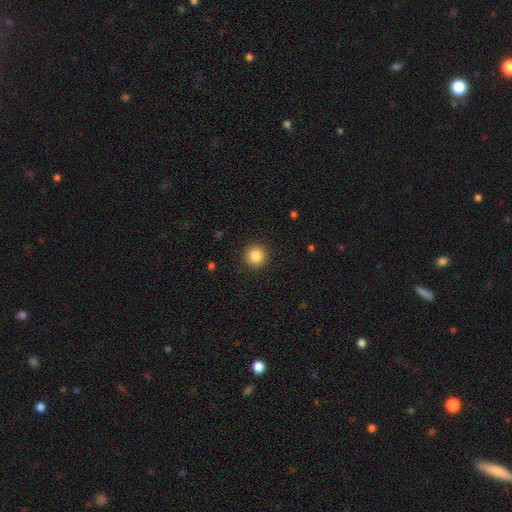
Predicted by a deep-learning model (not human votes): Smooth or featured? smooth (86%)
How rounded? round (95%)
Merging? none (91%)